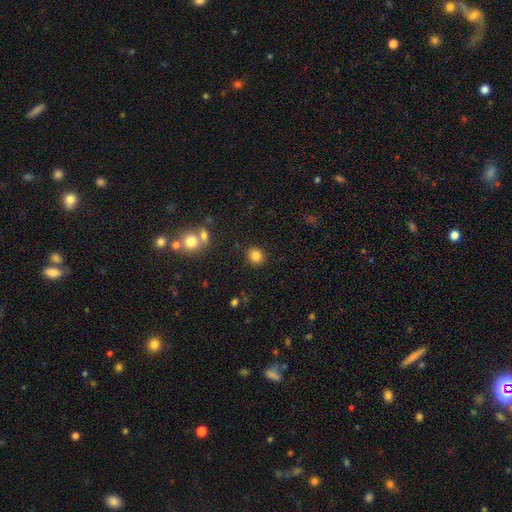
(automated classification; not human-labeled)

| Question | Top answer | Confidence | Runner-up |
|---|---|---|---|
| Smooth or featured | smooth | 83% | star or artifact (11%) |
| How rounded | round | 88% | in between (12%) |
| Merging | none | 89% | minor disturbance (6%) |